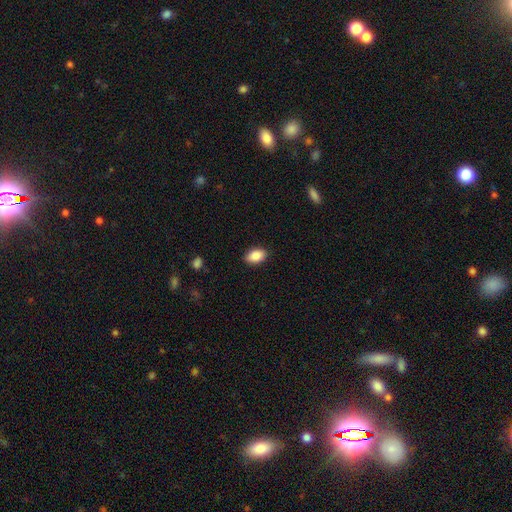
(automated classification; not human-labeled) A smooth galaxy with no disk features (88%) that is in between round and cigar-shaped (91%). Merging: none (88%).